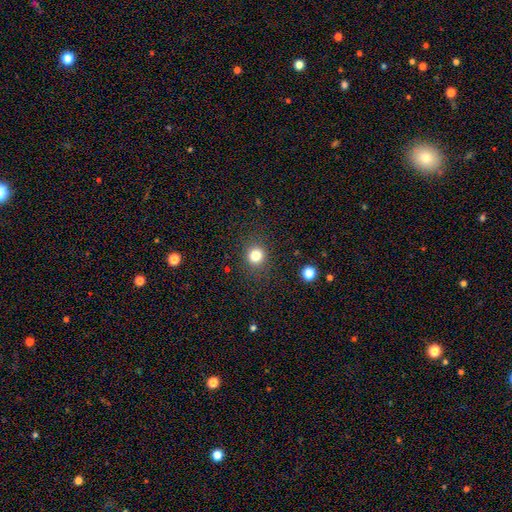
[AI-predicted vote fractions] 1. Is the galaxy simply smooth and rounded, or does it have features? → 81% smooth, 13% star or artifact, 6% featured or disk.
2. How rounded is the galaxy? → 82% round, 17% in between, 1% cigar-shaped.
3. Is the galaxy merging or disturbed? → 86% none, 9% minor disturbance, 4% major disturbance, 1% merger.